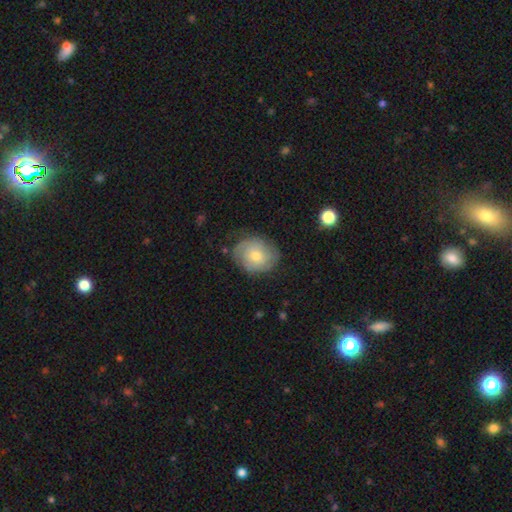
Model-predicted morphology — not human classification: type=featured or disk (54%); edge-on=no (97%); bar=no (77%); spiral arms=yes (82%); bulge=moderate (51%); merging=none (70%).